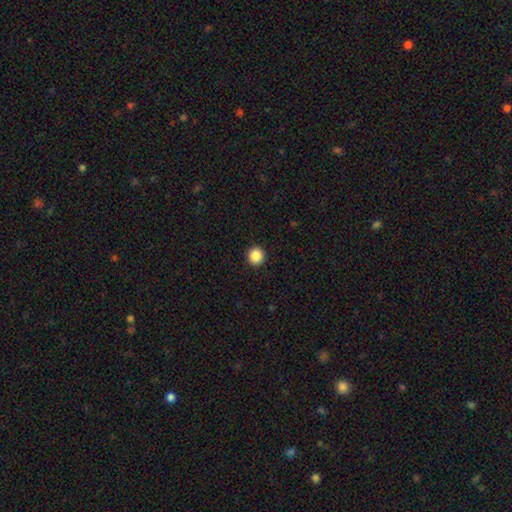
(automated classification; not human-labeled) A smooth galaxy with no disk features (88%) that is round (94%). Merging: none (93%).